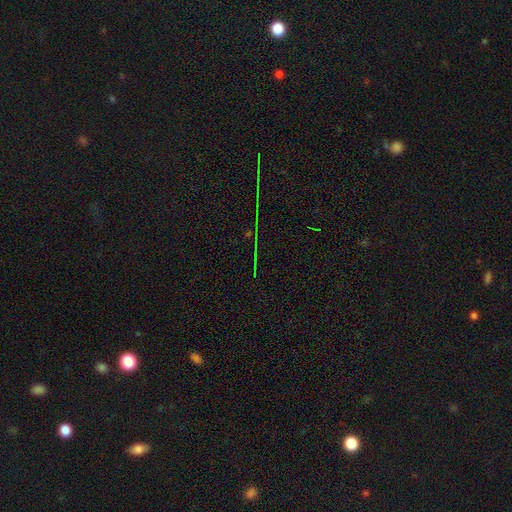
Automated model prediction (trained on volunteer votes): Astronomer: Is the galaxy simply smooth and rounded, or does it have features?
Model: star or artifact — 76%.